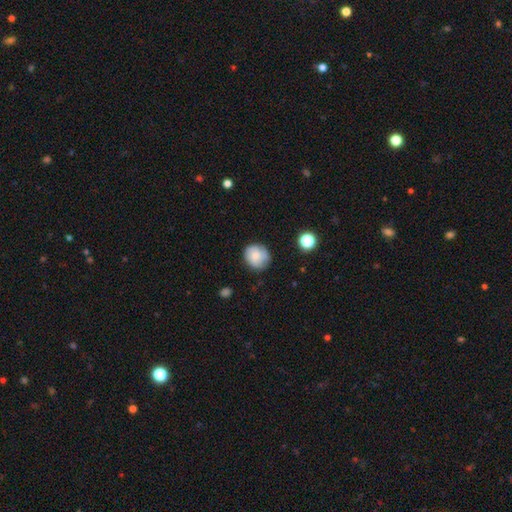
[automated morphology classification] Smooth or featured: smooth — 68% (featured or disk — 23%)
How rounded: round — 85% (in between — 14%)
Merging: none — 74% (minor disturbance — 18%)